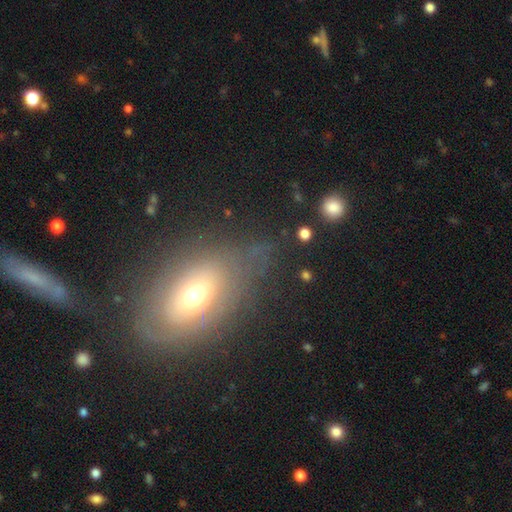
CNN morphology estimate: type=featured or disk (44%); merging=none (62%).